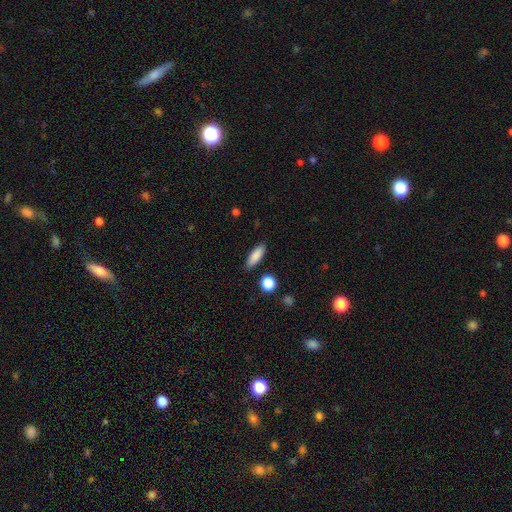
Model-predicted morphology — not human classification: This appears to be a smooth galaxy with no disk features (86%) that is in between round and cigar-shaped (59%). Merging: none (86%).